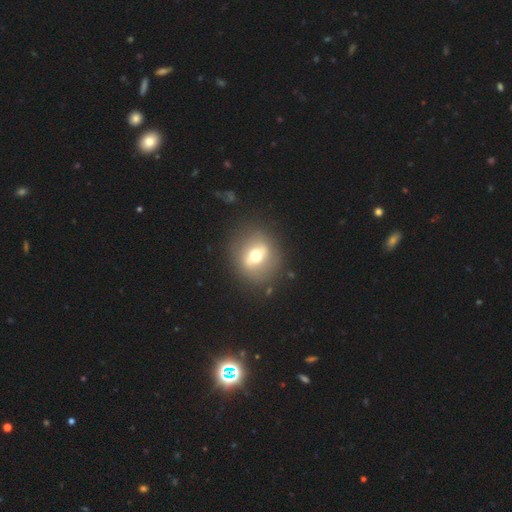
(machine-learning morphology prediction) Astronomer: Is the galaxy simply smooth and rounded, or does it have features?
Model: featured or disk — 49% (runner-up: smooth, 41%).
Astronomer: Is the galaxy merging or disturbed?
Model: none — 82%.